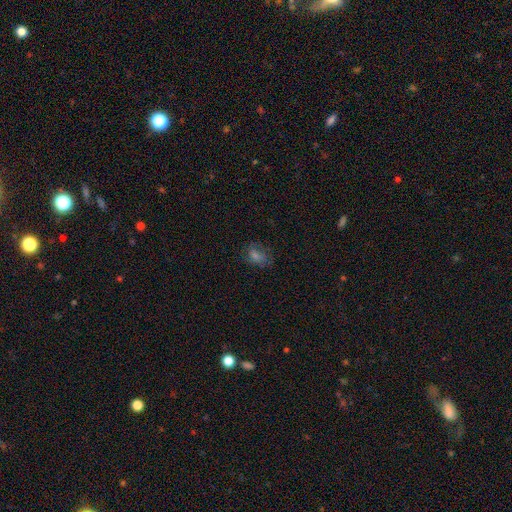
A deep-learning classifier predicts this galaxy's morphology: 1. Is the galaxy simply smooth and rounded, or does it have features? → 55% smooth, 24% star or artifact, 21% featured or disk.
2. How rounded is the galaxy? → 61% in between, 37% round, 2% cigar-shaped.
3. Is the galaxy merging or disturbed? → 67% none, 21% minor disturbance, 10% major disturbance, 2% merger.